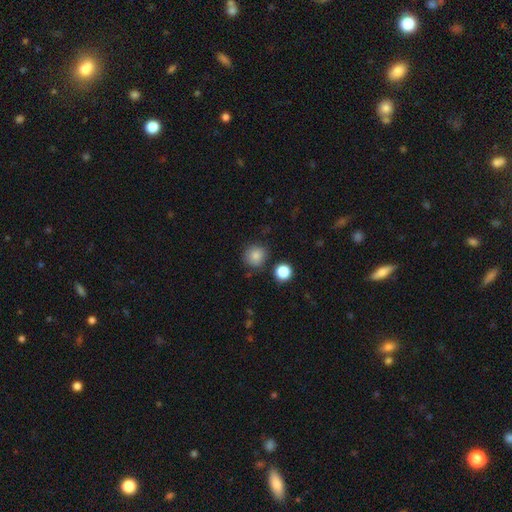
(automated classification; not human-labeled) Smooth or featured: smooth — 84% (star or artifact — 11%)
How rounded: round — 89% (in between — 10%)
Merging: none — 81% (minor disturbance — 11%)